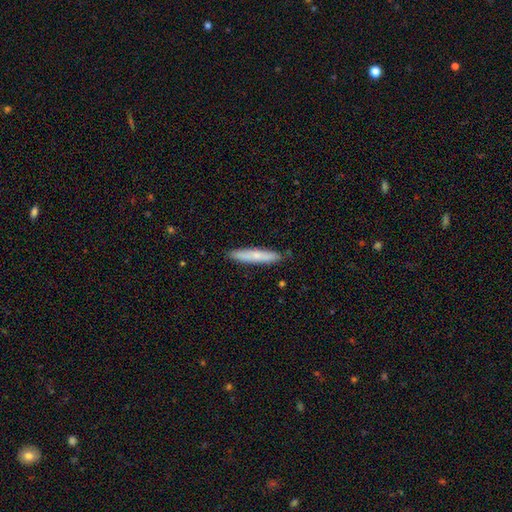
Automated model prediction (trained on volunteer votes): Overall: smooth (65%; featured or disk 29%). How rounded: cigar-shaped (92%). Merging: none (88%).